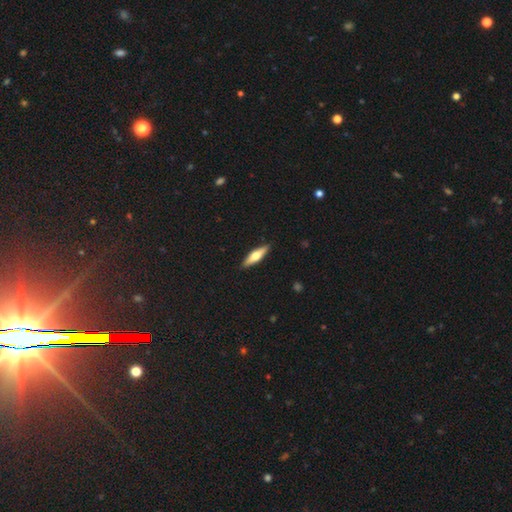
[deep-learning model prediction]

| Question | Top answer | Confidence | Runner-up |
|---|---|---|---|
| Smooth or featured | featured or disk | 50% | smooth (45%) |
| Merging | none | 90% | minor disturbance (7%) |